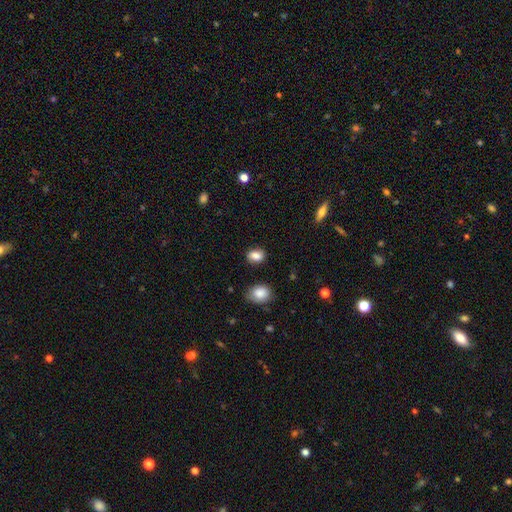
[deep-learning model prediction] smooth-or-featured: smooth: 85% | star or artifact: 9% | featured or disk: 6%
  how-rounded: in between: 70% | round: 28% | cigar-shaped: 2%
  merging: none: 82% | minor disturbance: 13% | major disturbance: 3% | merger: 3%